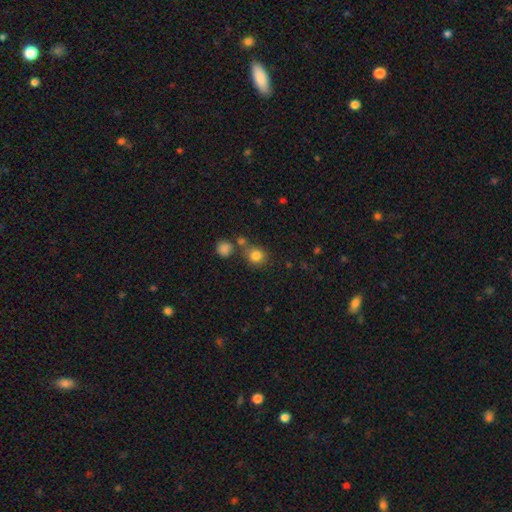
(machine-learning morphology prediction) The model was most divided on "merging": none: 66%, merger: 18%, minor disturbance: 11%, major disturbance: 4%. More confident: smooth or featured — smooth (82%); how rounded — round (81%).